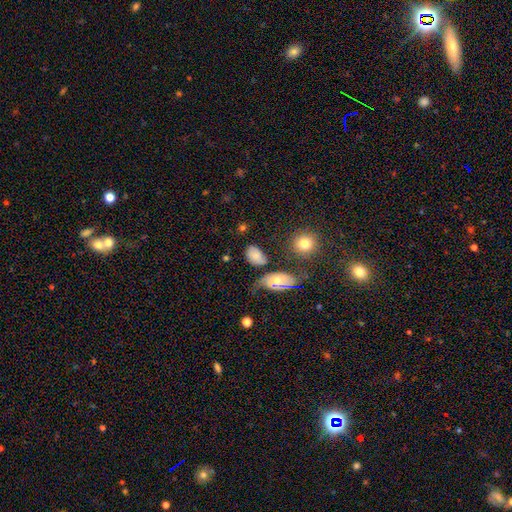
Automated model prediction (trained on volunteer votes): Morphology: type=smooth (75%); roundness=in between (85%); merging=none (54%).